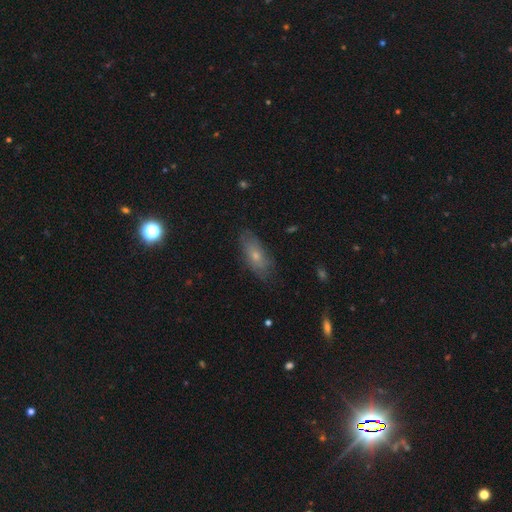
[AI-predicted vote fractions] A smooth galaxy with no disk features (58%) that is in between round and cigar-shaped (80%). Merging: none (76%).